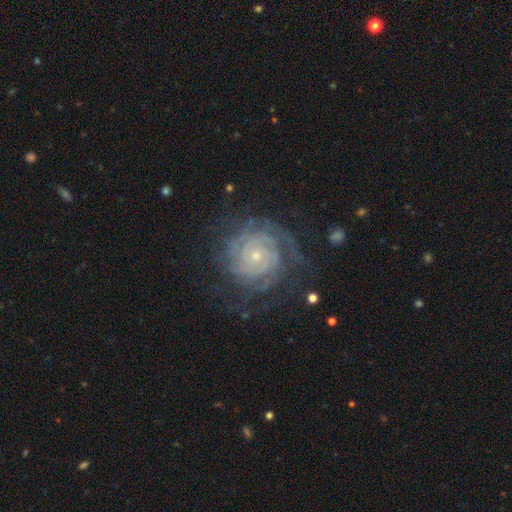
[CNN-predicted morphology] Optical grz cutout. It shows a featured or disk galaxy (86%) with no bar (79%), tight (81%) spiral arms (97%) and a small central bulge (78%). Merging: none (71%).